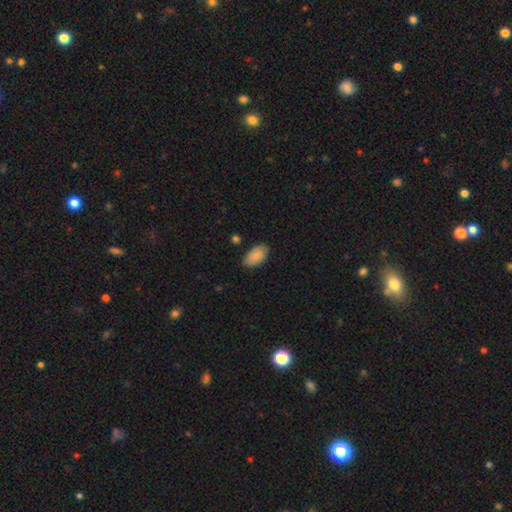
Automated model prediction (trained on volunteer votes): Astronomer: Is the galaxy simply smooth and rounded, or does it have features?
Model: smooth — 88%.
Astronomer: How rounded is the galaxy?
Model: in between — 94%.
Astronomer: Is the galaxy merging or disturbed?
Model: none — 81%.